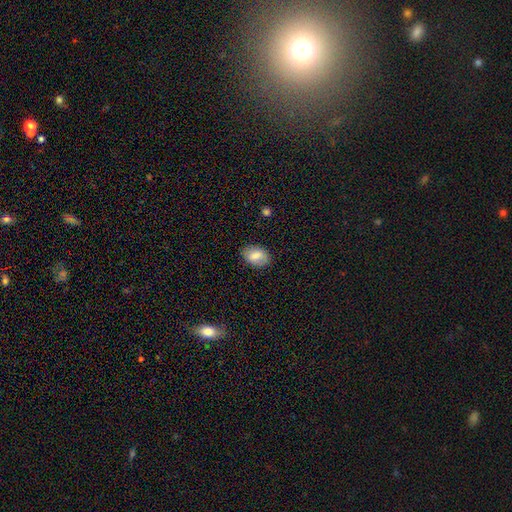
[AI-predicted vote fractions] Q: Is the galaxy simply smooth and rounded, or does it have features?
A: smooth — 79%.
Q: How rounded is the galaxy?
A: in between — 84%.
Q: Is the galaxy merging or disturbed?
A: none — 82%.